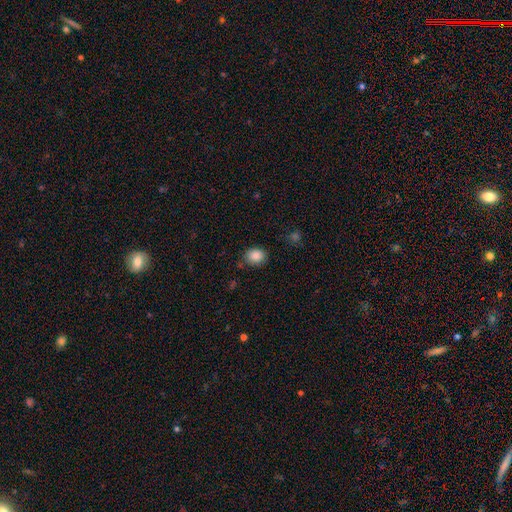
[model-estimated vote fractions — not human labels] Smooth or featured? smooth (88%)
How rounded? round (51%)
Merging? none (81%)